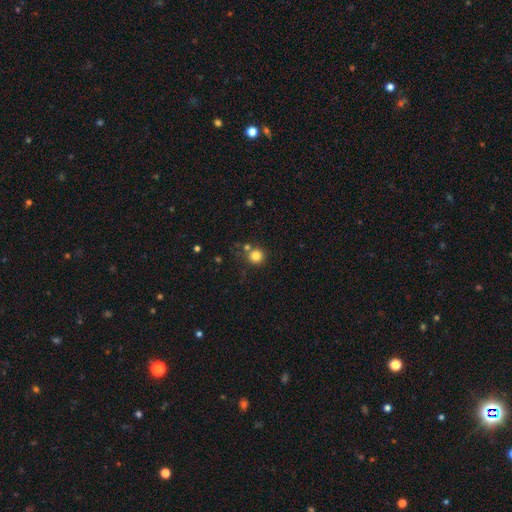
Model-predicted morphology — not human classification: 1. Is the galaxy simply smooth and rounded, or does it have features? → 81% smooth, 12% star or artifact, 6% featured or disk.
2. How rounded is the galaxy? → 93% round, 6% in between, 1% cigar-shaped.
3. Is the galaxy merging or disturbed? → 72% none, 14% merger, 10% minor disturbance, 4% major disturbance.